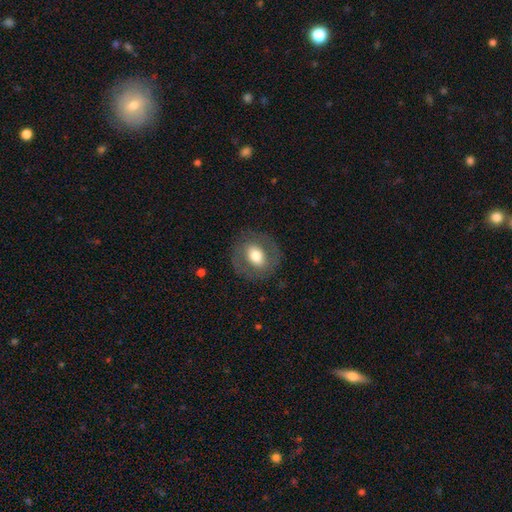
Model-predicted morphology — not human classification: This appears to be a smooth galaxy with no disk features (51%) that is round (57%). Merging: none (81%).